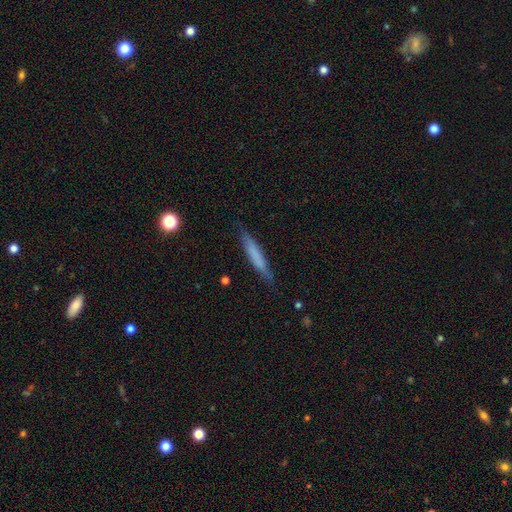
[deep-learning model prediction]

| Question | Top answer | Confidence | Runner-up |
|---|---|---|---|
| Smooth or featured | smooth | 65% | featured or disk (29%) |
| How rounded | cigar-shaped | 93% | in between (6%) |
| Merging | none | 83% | minor disturbance (13%) |